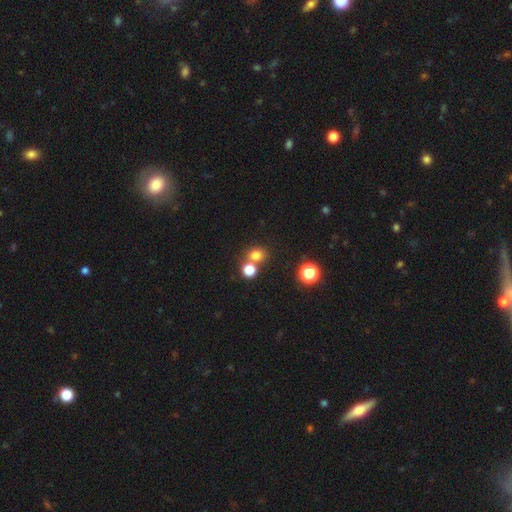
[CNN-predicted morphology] Smooth or featured? smooth (76%)
How rounded? round (73%)
Merging? none (56%)